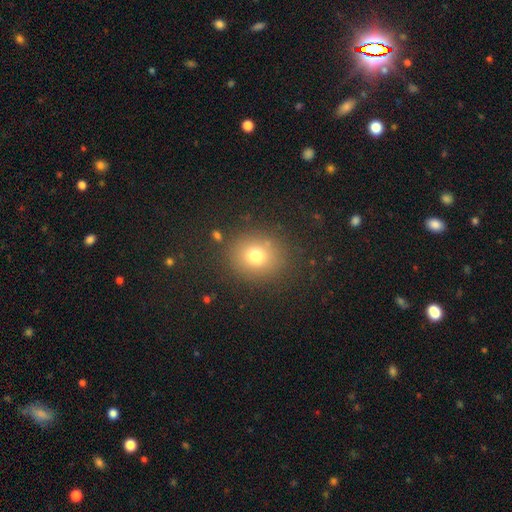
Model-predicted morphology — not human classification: This appears to be a smooth galaxy with no disk features (74%) that is round (77%). Merging: none (83%).